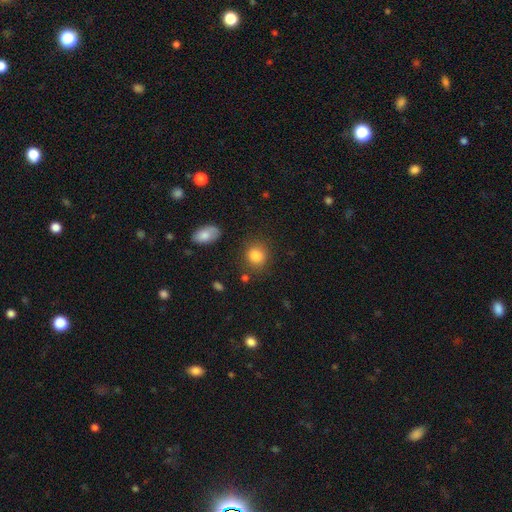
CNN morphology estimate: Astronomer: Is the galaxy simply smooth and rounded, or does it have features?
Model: smooth — 85%.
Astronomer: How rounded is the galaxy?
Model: round — 76%.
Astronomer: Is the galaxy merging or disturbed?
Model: none — 81%.